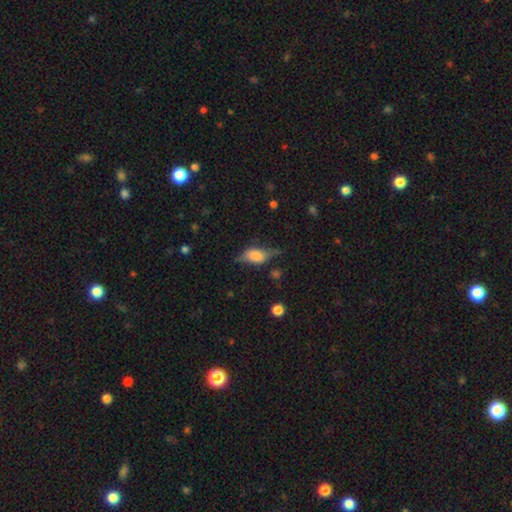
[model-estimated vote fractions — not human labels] Smooth or featured?
  - smooth: 47% *
  - featured or disk: 45%
  - star or artifact: 8%
Merging?
  - none: 56% *
  - minor disturbance: 28%
  - major disturbance: 13%
  - merger: 2%